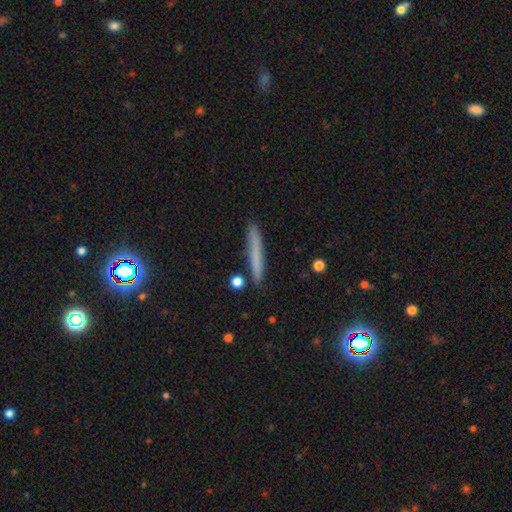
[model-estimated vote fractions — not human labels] This appears to be a smooth galaxy with no disk features (70%) that is cigar-shaped (96%). Merging: none (89%).